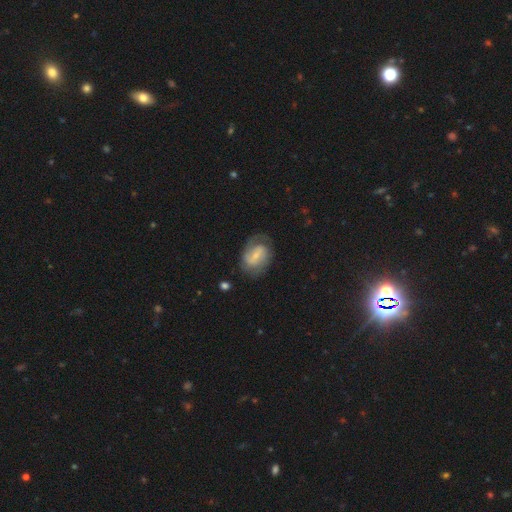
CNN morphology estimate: Smooth or featured: featured or disk — 70% (smooth — 23%)
Edge-on disk: no — 97% (yes — 3%)
Bar: weak — 53% (no — 25%)
Spiral arms: yes — 88% (no — 12%)
Spiral winding: medium — 44% (tight — 35%)
Spiral arm count: 2 — 67% (can't tell — 18%)
Bulge size: small — 65% (moderate — 25%)
Merging: none — 65% (minor disturbance — 21%)